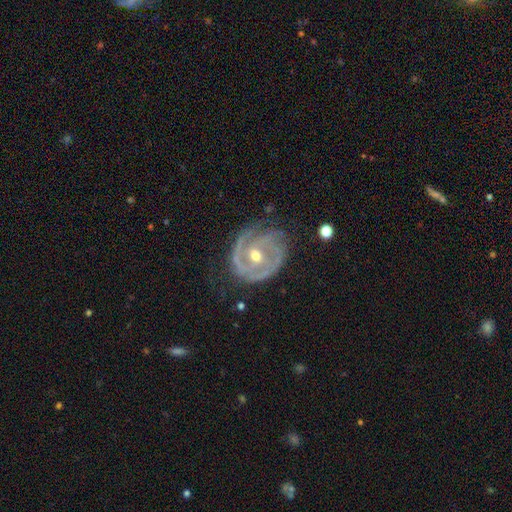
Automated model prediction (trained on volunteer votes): Smooth or featured? featured or disk (88%)
Edge-on disk? no (97%)
Bar? no (49%)
Spiral arms? yes (93%)
Spiral winding? tight (59%)
Spiral arm count? 2 (42%)
Bulge size? moderate (62%)
Merging? none (62%)